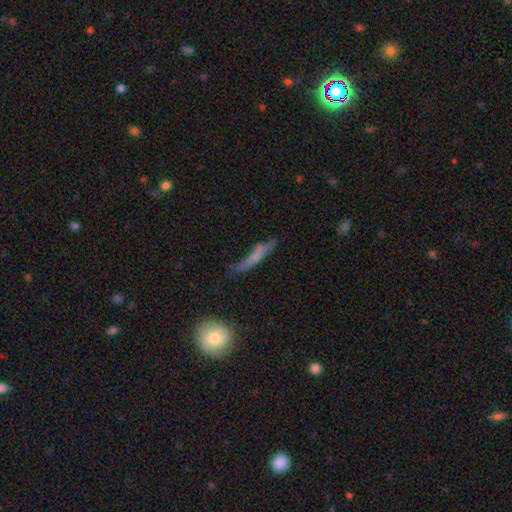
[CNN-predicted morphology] The model was most divided on "smooth or featured": smooth: 57%, featured or disk: 35%, star or artifact: 8%. More confident: how rounded — cigar-shaped (89%); merging — none (68%).